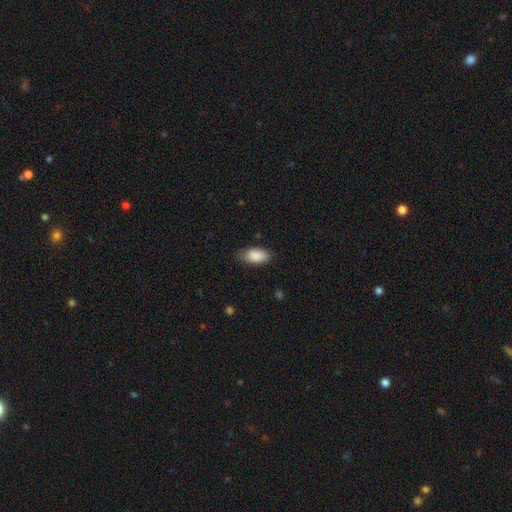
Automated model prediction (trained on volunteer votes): Morphology: type=smooth (89%); roundness=in between (92%); merging=none (76%).